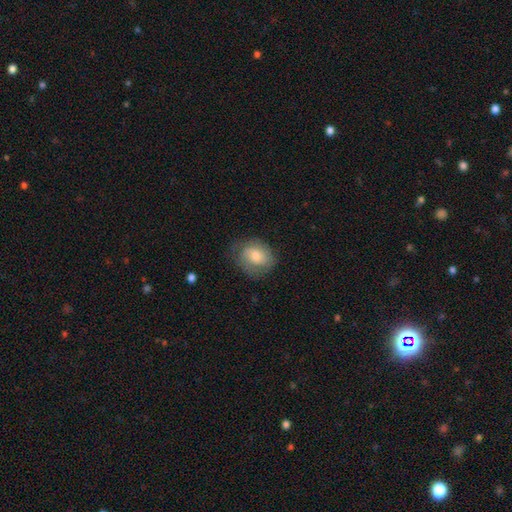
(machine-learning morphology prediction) A smooth galaxy with no disk features (56%) that is round (63%). Merging: none (68%).